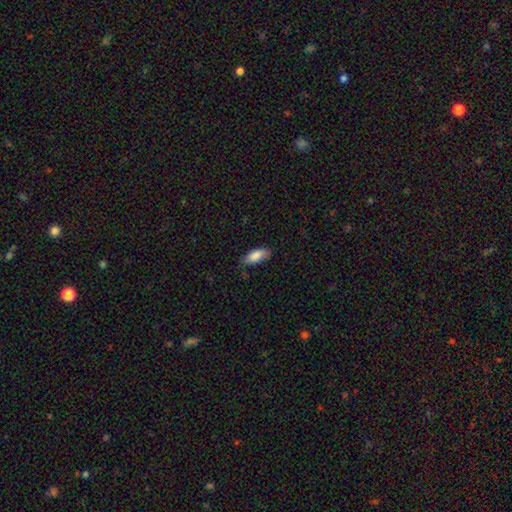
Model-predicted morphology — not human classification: smooth_or_featured: smooth (p=0.85) [alt: featured or disk p=0.08]
how_rounded: in between (p=0.77) [alt: cigar-shaped p=0.21]
merging: none (p=0.74) [alt: minor disturbance p=0.21]